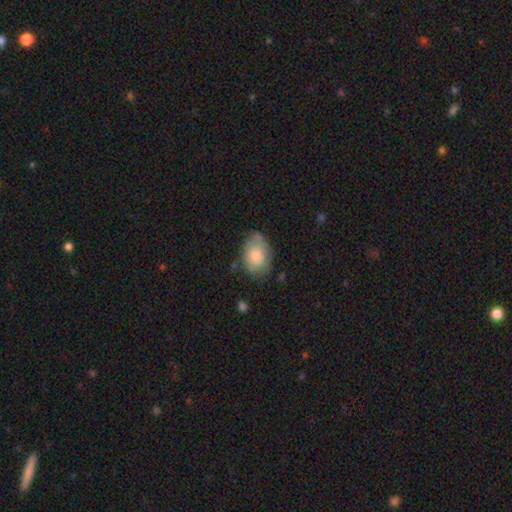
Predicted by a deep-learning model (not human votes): smooth_or_featured: smooth (p=0.75) [alt: featured or disk p=0.19]
how_rounded: in between (p=0.82) [alt: round p=0.17]
merging: none (p=0.64) [alt: minor disturbance p=0.27]